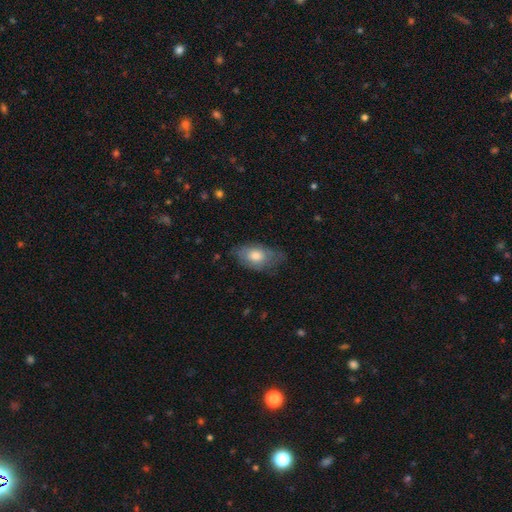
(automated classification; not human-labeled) smooth-or-featured: smooth: 66% | featured or disk: 27% | star or artifact: 7%
  how-rounded: in between: 91% | round: 6% | cigar-shaped: 3%
  merging: none: 58% | minor disturbance: 31% | major disturbance: 9% | merger: 1%